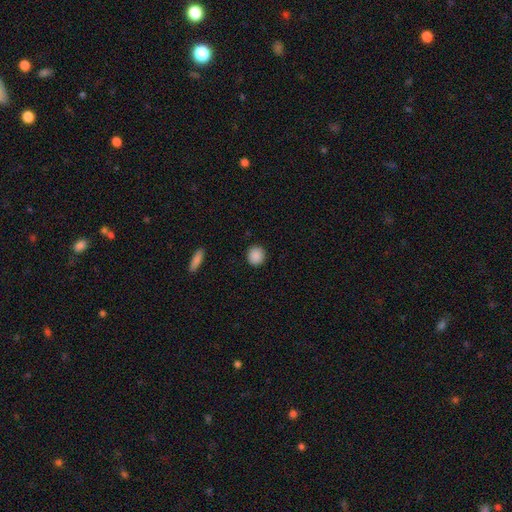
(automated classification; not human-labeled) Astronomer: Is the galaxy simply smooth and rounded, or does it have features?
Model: smooth — 89%.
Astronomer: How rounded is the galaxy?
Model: round — 90%.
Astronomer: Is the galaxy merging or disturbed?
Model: none — 92%.